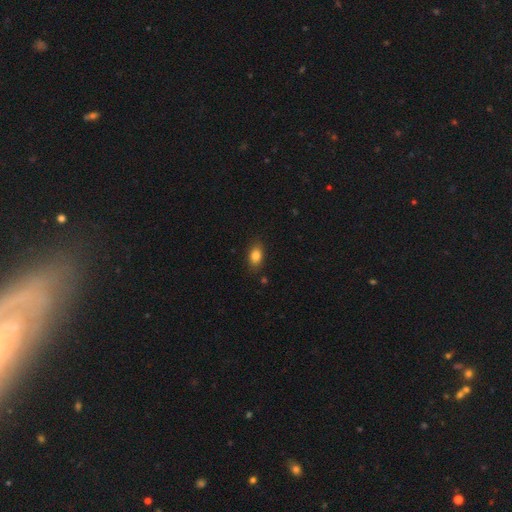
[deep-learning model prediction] This is clearly a smooth galaxy (82%). How rounded: clearly in between (81%). Merging: clearly none (84%).